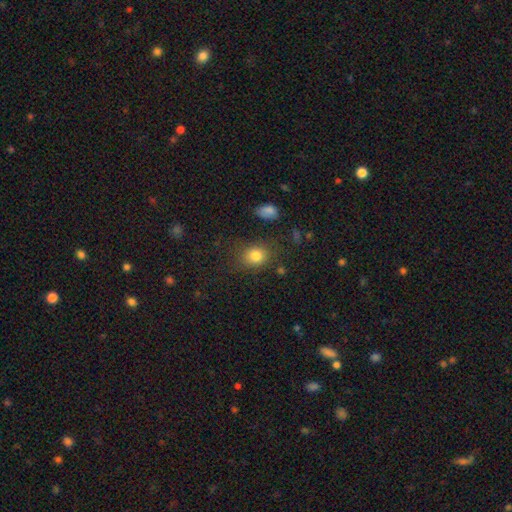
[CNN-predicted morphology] A smooth galaxy with no disk features (81%) that is round (61%).

Vote fractions:
- Smooth or featured? smooth: 81% / star or artifact: 12% / featured or disk: 7%
- How rounded? round: 61% / in between: 38% / cigar-shaped: 1%
- Merging? none: 79% / minor disturbance: 13% / major disturbance: 5% / merger: 3%